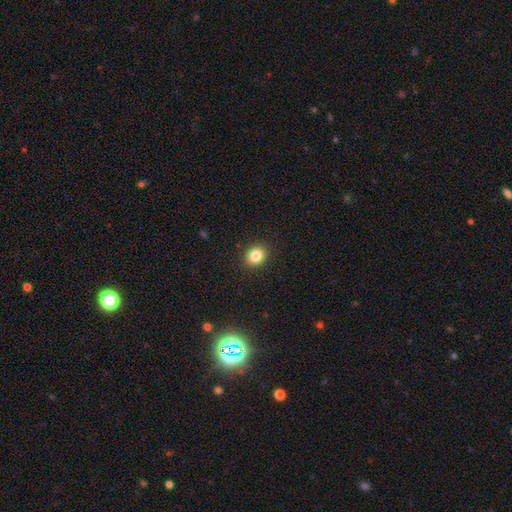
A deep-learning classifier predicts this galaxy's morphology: Smooth or featured? Predicted: smooth (p=0.84). How rounded? Predicted: round (p=0.57). Merging? Predicted: none (p=0.91).